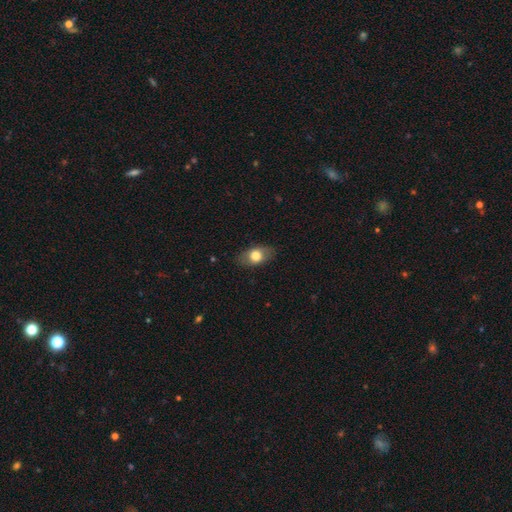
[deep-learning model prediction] Smooth or featured? smooth (71%)
How rounded? in between (84%)
Merging? none (83%)